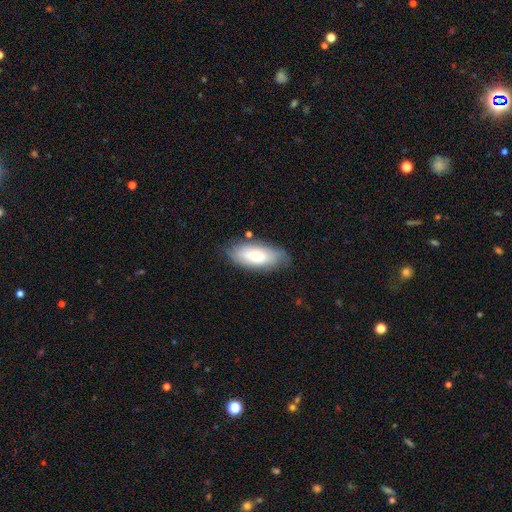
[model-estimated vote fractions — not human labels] The model was most divided on "smooth or featured": smooth: 68%, featured or disk: 26%, star or artifact: 7%. More confident: how rounded — in between (85%); merging — none (77%).